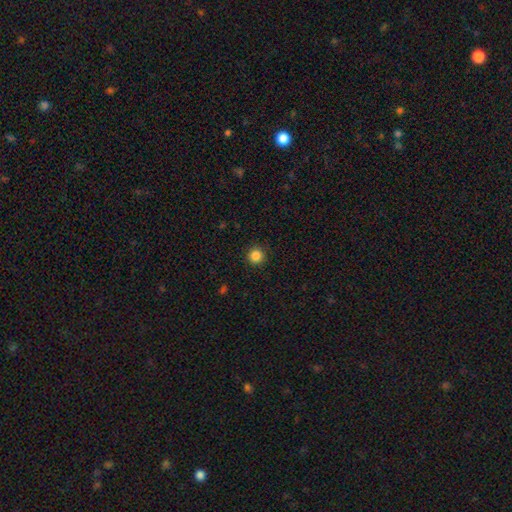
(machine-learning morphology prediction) smooth_or_featured: smooth (p=0.86) [alt: star or artifact p=0.11]
how_rounded: round (p=0.95) [alt: in between p=0.04]
merging: none (p=0.92) [alt: minor disturbance p=0.05]